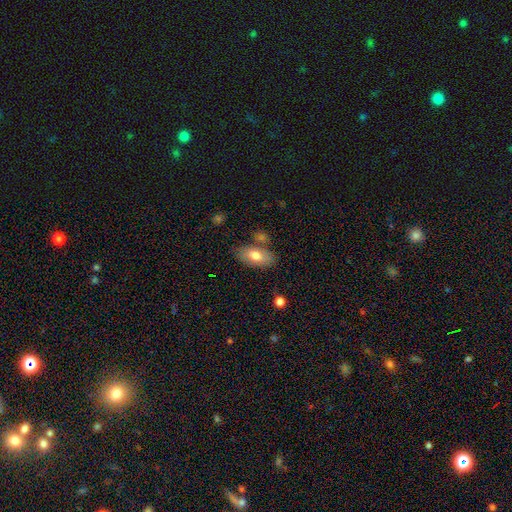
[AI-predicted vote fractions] Smooth or featured: smooth — 74% (featured or disk — 20%)
How rounded: in between — 91% (cigar-shaped — 5%)
Merging: none — 72% (minor disturbance — 15%)